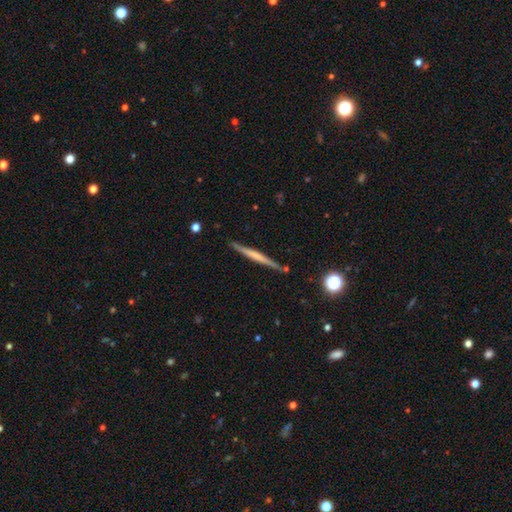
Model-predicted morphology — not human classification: Smooth or featured?
  - featured or disk: 54% *
  - smooth: 40%
  - star or artifact: 6%
Edge-on disk?
  - yes: 97% *
  - no: 3%
Edge-on bulge?
  - none: 66% *
  - rounded: 19%
  - boxy: 15%
Merging?
  - none: 87% *
  - minor disturbance: 9%
  - merger: 2%
  - major disturbance: 2%